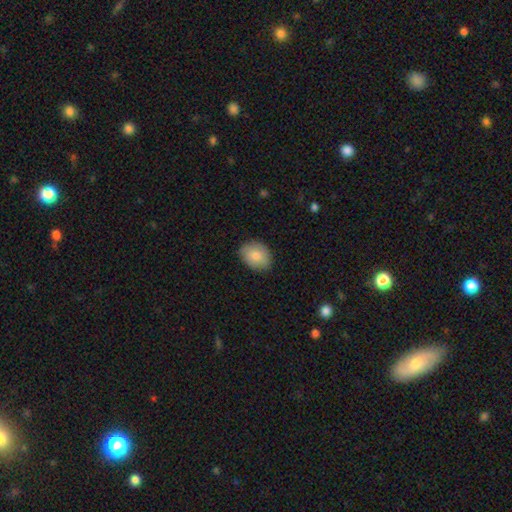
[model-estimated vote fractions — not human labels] Morphology: type=smooth (83%); roundness=in between (65%); merging=none (82%).